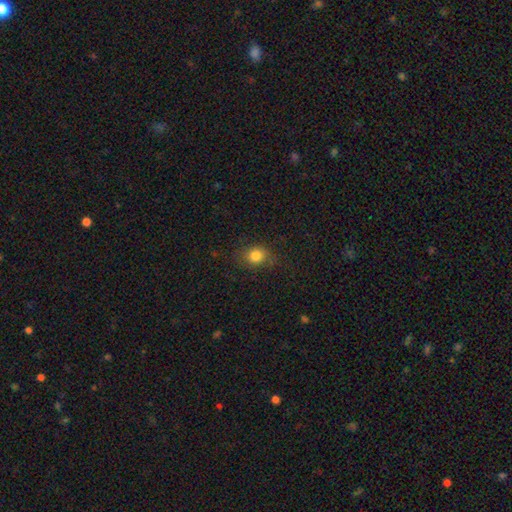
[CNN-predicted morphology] This is clearly a smooth galaxy (82%). How rounded: likely round (63%). Merging: likely none (78%).